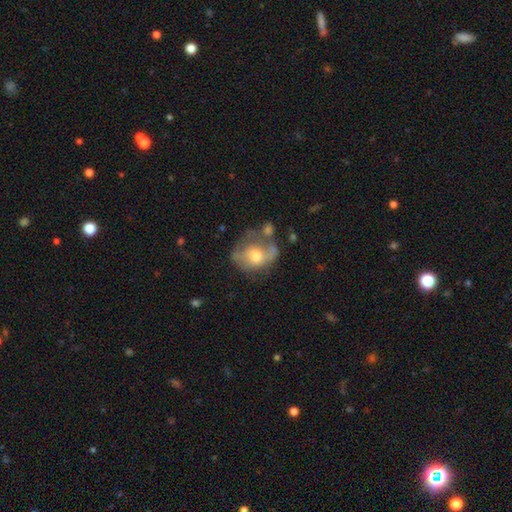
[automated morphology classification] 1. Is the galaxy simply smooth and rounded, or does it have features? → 47% smooth, 45% featured or disk, 8% star or artifact.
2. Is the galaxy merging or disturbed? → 38% none, 26% minor disturbance, 21% major disturbance, 15% merger.